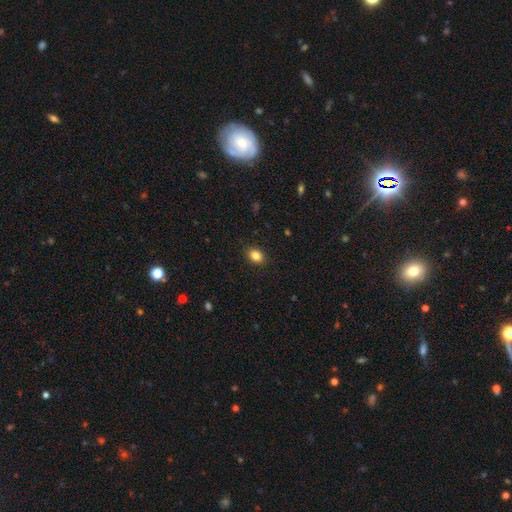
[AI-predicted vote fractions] smooth-or-featured: smooth: 85% | star or artifact: 10% | featured or disk: 6%
  how-rounded: in between: 61% | round: 38% | cigar-shaped: 1%
  merging: none: 90% | minor disturbance: 7% | major disturbance: 2% | merger: 1%